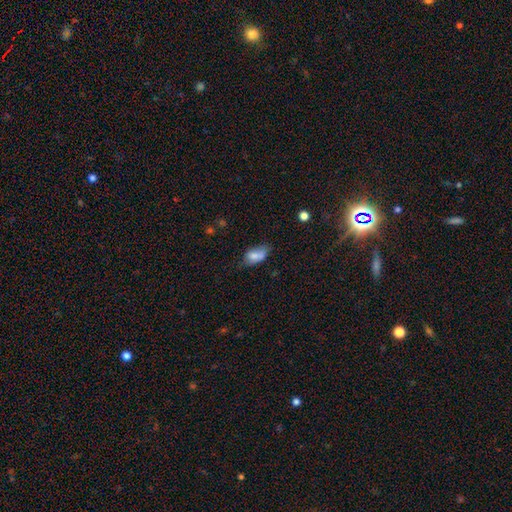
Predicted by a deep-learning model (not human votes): Smooth or featured? Predicted: smooth (p=0.75). How rounded? Predicted: in between (p=0.89). Merging? Predicted: none (p=0.48).